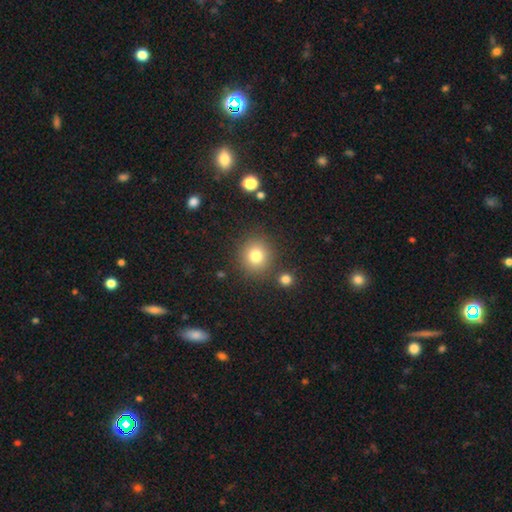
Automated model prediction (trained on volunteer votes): This is likely a smooth galaxy (79%). How rounded: clearly round (89%). Merging: clearly none (84%).